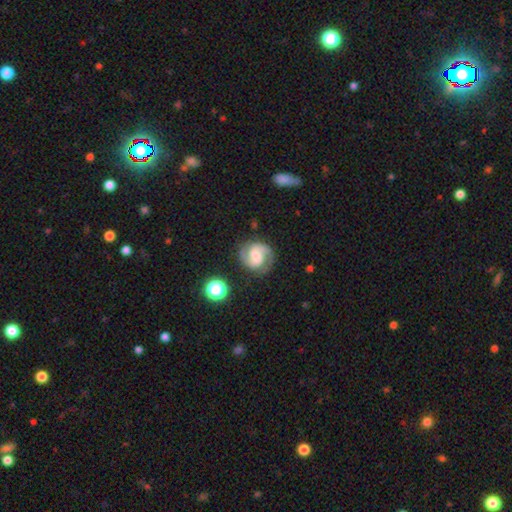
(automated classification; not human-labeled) Smooth or featured? featured or disk (84%)
Edge-on disk? no (98%)
Bar? weak (48%)
Spiral arms? yes (97%)
Spiral winding? medium (55%)
Spiral arm count? 2 (91%)
Bulge size? small (42%)
Merging? none (81%)